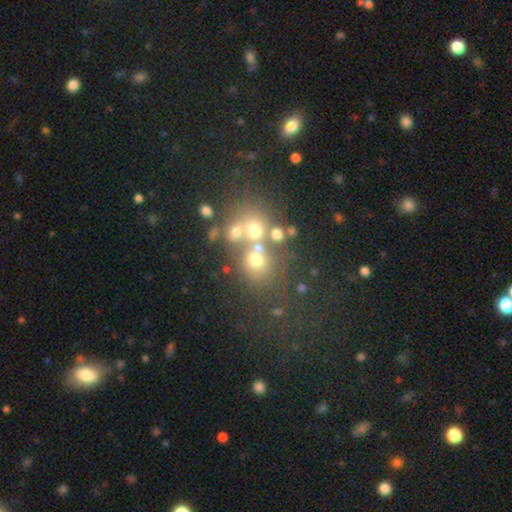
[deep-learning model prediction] Morphology: type=smooth (51%); roundness=round (77%); merging=none (45%).